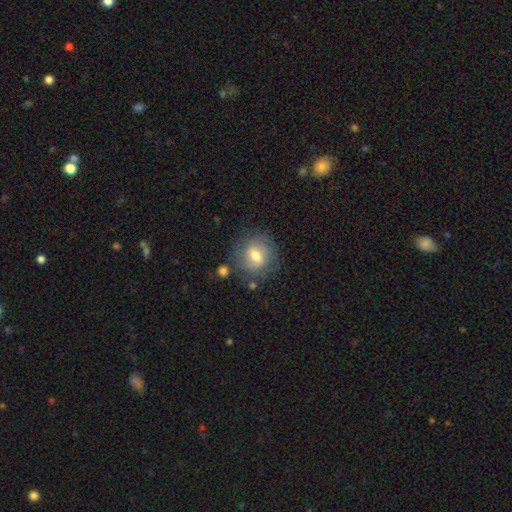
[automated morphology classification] smooth_or_featured: smooth (p=0.49) [alt: featured or disk p=0.43]
merging: none (p=0.73) [alt: minor disturbance p=0.16]